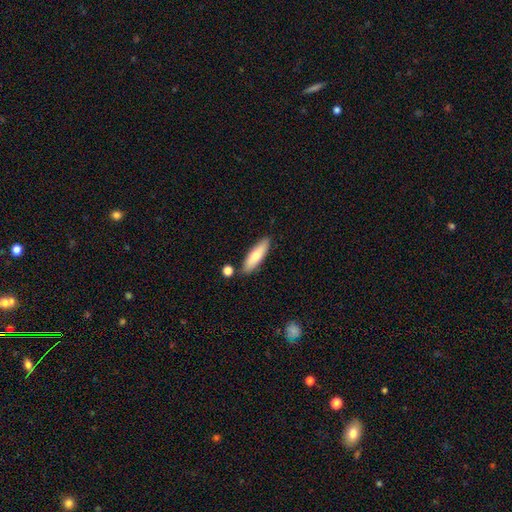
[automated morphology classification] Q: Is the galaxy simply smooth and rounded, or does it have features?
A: smooth — 72%.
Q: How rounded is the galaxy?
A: cigar-shaped — 60%.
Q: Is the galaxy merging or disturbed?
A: none — 83%.